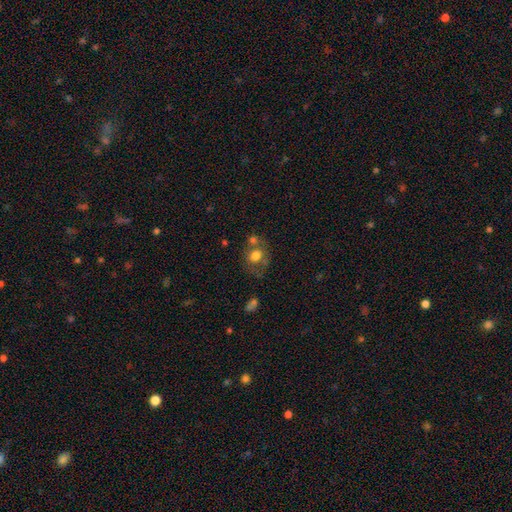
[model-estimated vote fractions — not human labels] This is likely a smooth galaxy (69%). How rounded: likely round (70%). Merging: possibly none (47%).